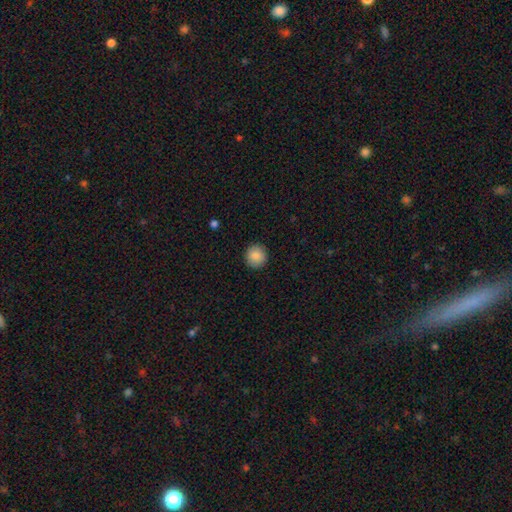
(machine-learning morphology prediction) A smooth galaxy with no disk features (88%) that is round (94%).

Vote fractions:
- Smooth or featured? smooth: 88% / star or artifact: 8% / featured or disk: 4%
- How rounded? round: 94% / in between: 6% / cigar-shaped: 1%
- Merging? none: 92% / minor disturbance: 5% / major disturbance: 2% / merger: 1%